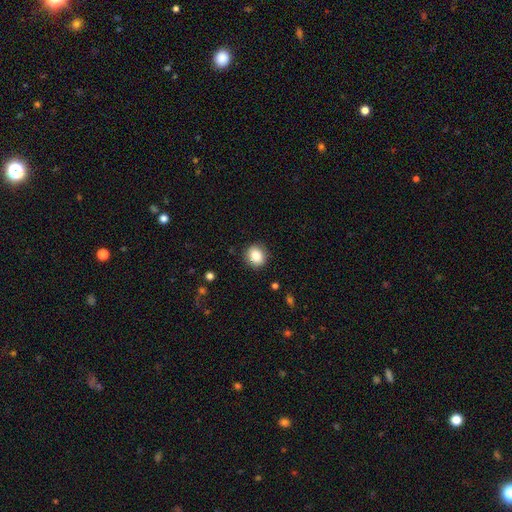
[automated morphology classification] Smooth or featured: smooth — 85% (star or artifact — 9%)
How rounded: round — 80% (in between — 19%)
Merging: none — 87% (minor disturbance — 9%)